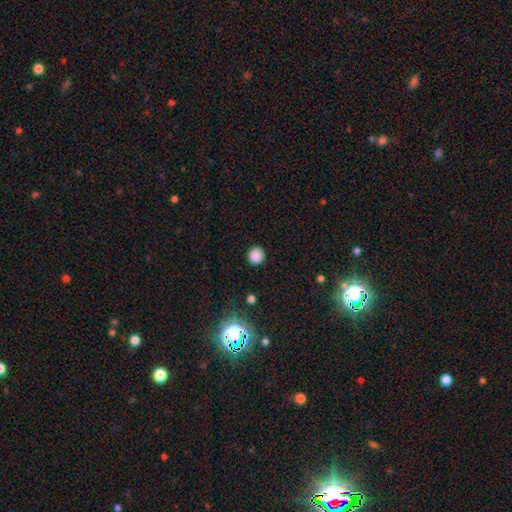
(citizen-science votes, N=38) A smooth galaxy with no disk features (89%) that is round (91%). Merging: none (91%).